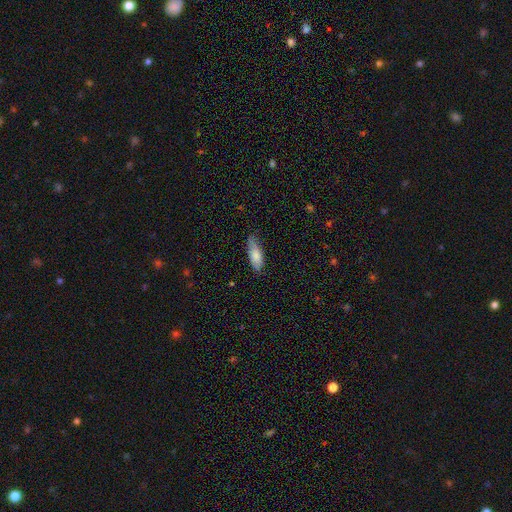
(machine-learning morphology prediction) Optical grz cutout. It shows a smooth galaxy with no disk features (77%) that is in between round and cigar-shaped (64%). Merging: none (70%).